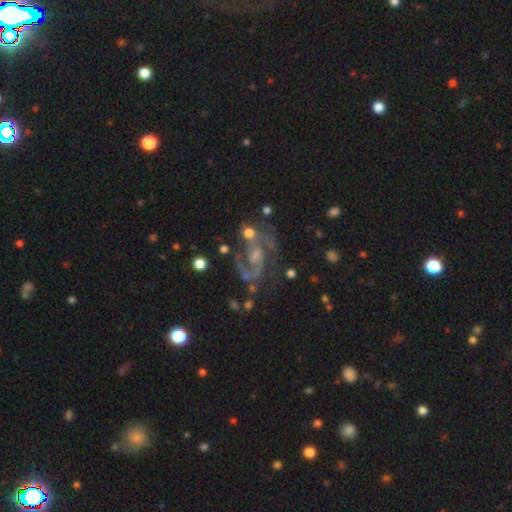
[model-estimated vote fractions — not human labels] Smooth or featured: featured or disk — 87% (star or artifact — 8%)
Edge-on disk: no — 98% (yes — 2%)
Bar: weak — 45% (no — 43%)
Spiral arms: yes — 96% (no — 4%)
Spiral winding: medium — 59% (loose — 21%)
Spiral arm count: 2 — 87% (can't tell — 4%)
Bulge size: small — 50% (moderate — 33%)
Merging: none — 60% (minor disturbance — 19%)